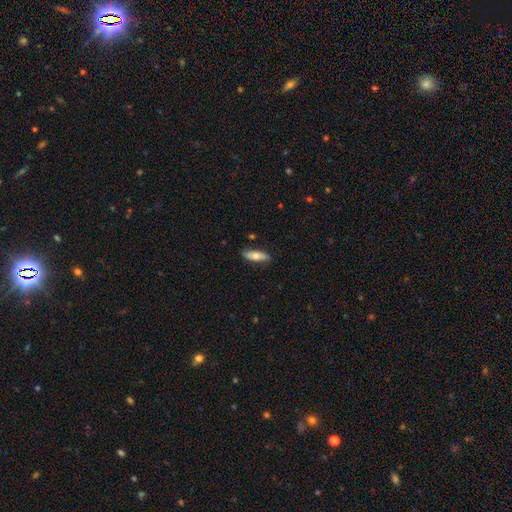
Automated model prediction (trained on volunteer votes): This appears to be a smooth galaxy with no disk features (65%) that is in between round and cigar-shaped (59%). Merging: none (84%).